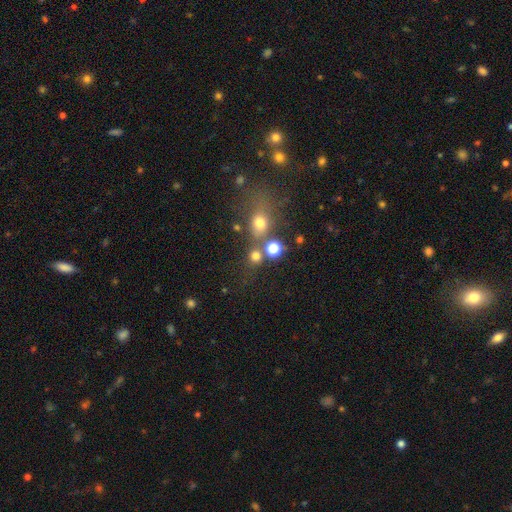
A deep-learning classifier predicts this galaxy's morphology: The model was most divided on "merging": none: 63%, merger: 22%, minor disturbance: 9%, major disturbance: 6%. More confident: how rounded — round (85%); smooth or featured — smooth (72%).